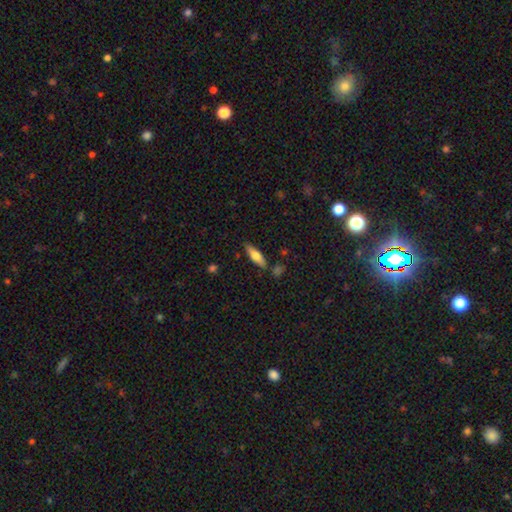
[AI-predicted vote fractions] The model was most divided on "how rounded": cigar-shaped: 54%, in between: 44%, round: 2%. More confident: merging — none (81%); smooth or featured — smooth (64%).